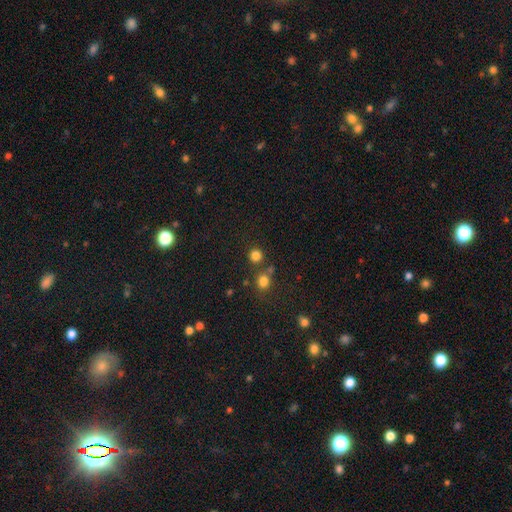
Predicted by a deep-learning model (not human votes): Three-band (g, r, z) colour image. It shows a smooth galaxy with no disk features (80%) that is round (90%). Merging: none (74%).